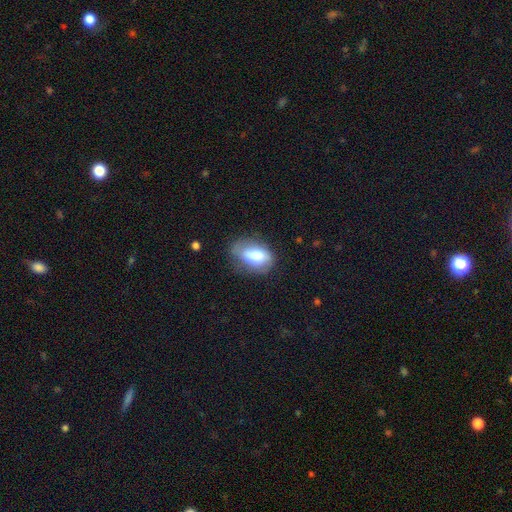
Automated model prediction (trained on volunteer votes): Smooth or featured: smooth — 67% (featured or disk — 26%)
How rounded: in between — 87% (round — 11%)
Merging: none — 52% (minor disturbance — 32%)